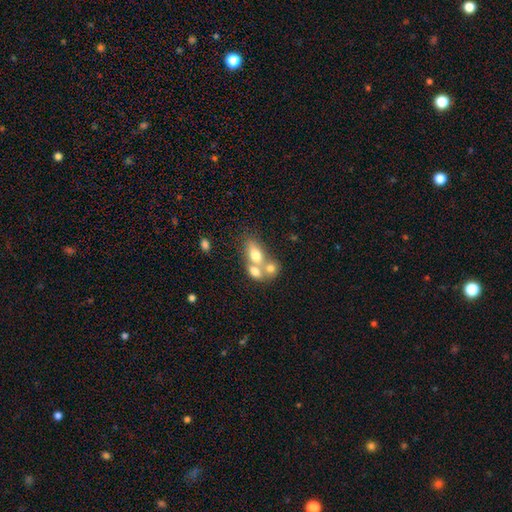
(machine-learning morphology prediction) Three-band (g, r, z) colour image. It shows a smooth galaxy with no disk features (67%) that is in between round and cigar-shaped (76%). Merging: merger (64%).